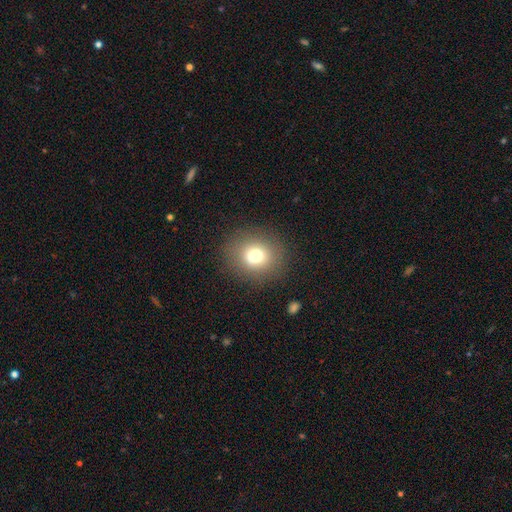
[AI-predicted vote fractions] A smooth galaxy with no disk features (73%) that is round (75%).

Vote fractions:
- Smooth or featured? smooth: 73% / star or artifact: 14% / featured or disk: 13%
- How rounded? round: 75% / in between: 24% / cigar-shaped: 1%
- Merging? none: 85% / minor disturbance: 9% / major disturbance: 4% / merger: 1%